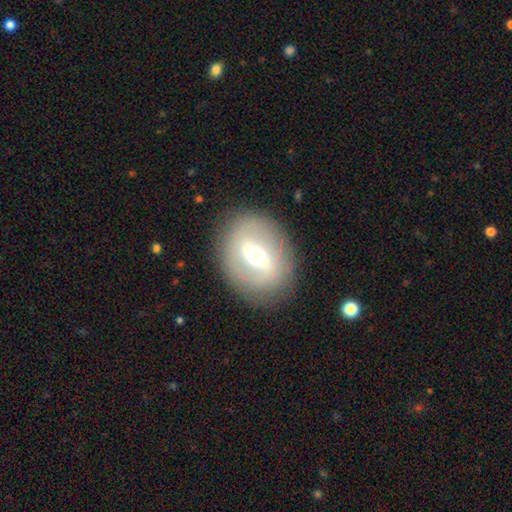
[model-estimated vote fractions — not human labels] featured or disk 66%, smooth 27%, star or artifact 8%. Down the decision tree: edge-on disk — no (91%); bar — strong (45%); spiral arms — no (51%); bulge size — moderate (63%); merging — none (84%).